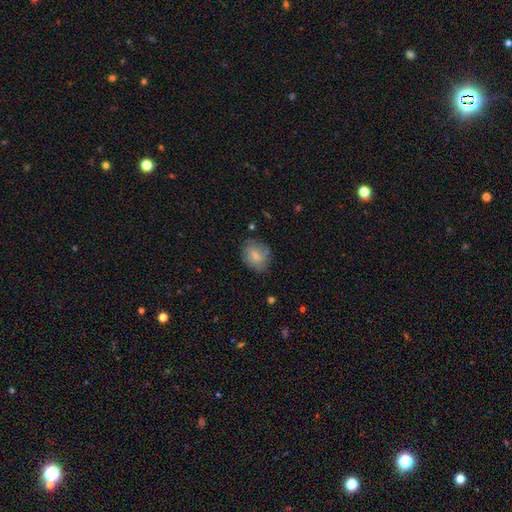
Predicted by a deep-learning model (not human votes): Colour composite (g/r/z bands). It shows a smooth galaxy with no disk features (61%) that is round (56%). Merging: none (68%).